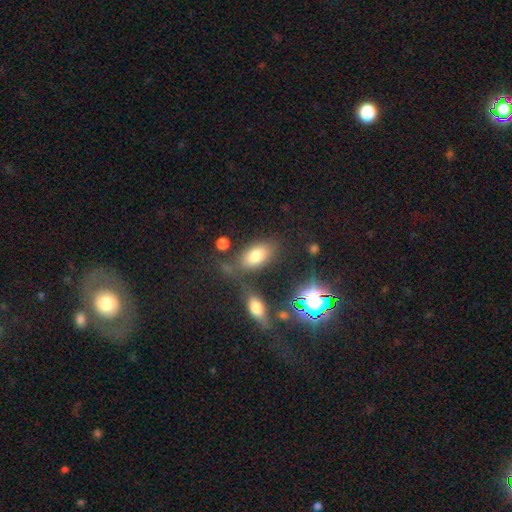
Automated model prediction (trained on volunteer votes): Smooth or featured? smooth (77%)
How rounded? in between (89%)
Merging? none (68%)